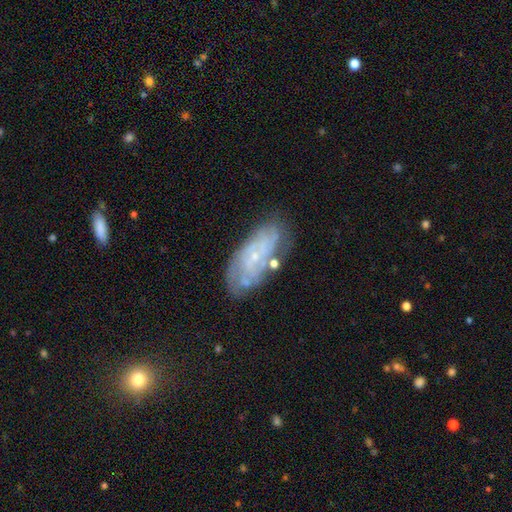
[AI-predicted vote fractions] Smooth or featured? featured or disk (69%)
Edge-on disk? no (91%)
Bar? no (73%)
Spiral arms? yes (81%)
Spiral winding? tight (60%)
Spiral arm count? can't tell (54%)
Bulge size? small (82%)
Merging? none (68%)